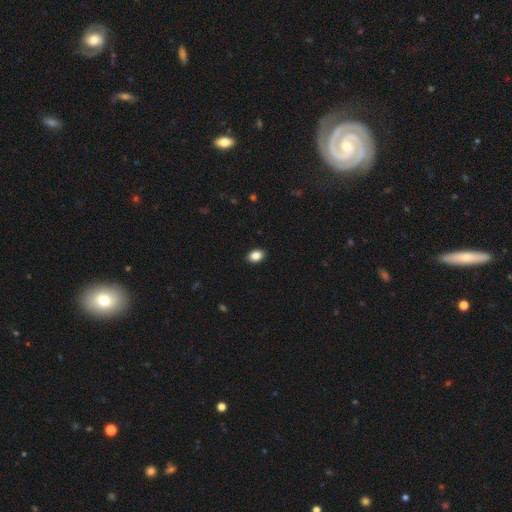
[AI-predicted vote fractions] A smooth galaxy with no disk features (87%) that is in between round and cigar-shaped (74%). Merging: none (90%).